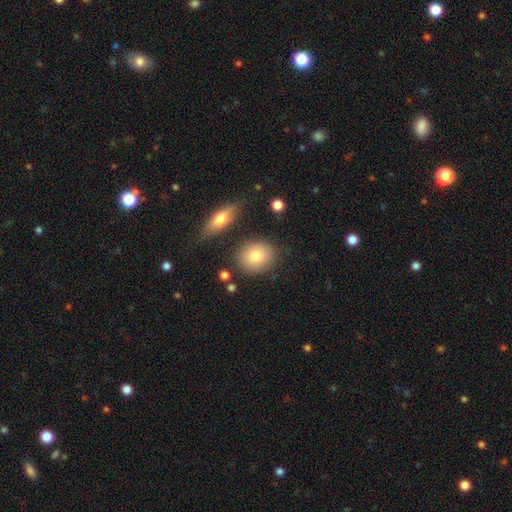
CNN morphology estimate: A smooth galaxy with no disk features (81%) that is round (67%).

Vote fractions:
- Smooth or featured? smooth: 81% / featured or disk: 11% / star or artifact: 8%
- How rounded? round: 67% / in between: 32% / cigar-shaped: 2%
- Merging? none: 82% / minor disturbance: 10% / merger: 5% / major disturbance: 3%